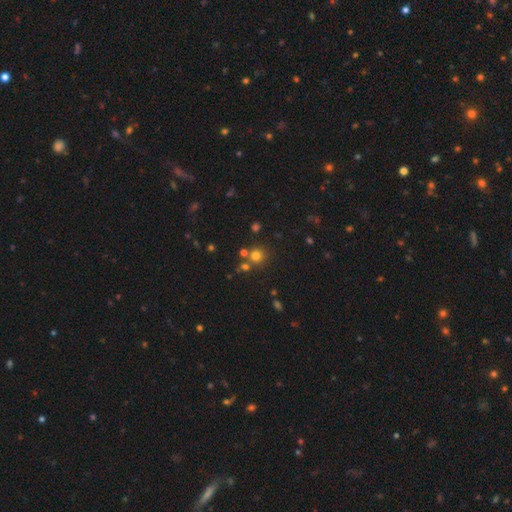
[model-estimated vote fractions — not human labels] Smooth or featured? Predicted: smooth (p=0.72). How rounded? Predicted: round (p=0.90). Merging? Predicted: none (p=0.71).